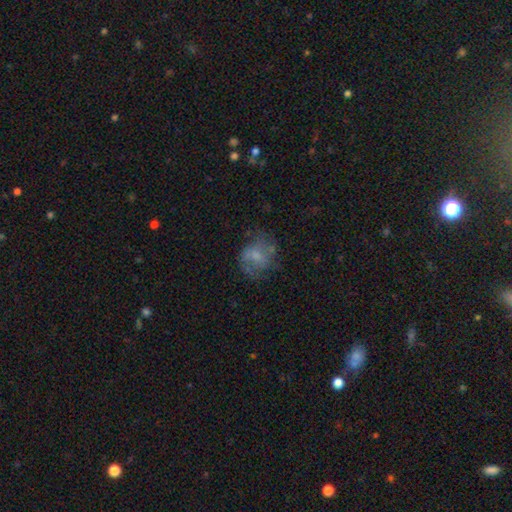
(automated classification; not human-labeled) Smooth or featured?
  - smooth: 49% *
  - featured or disk: 41%
  - star or artifact: 10%
Merging?
  - none: 54% *
  - minor disturbance: 23%
  - major disturbance: 20%
  - merger: 2%